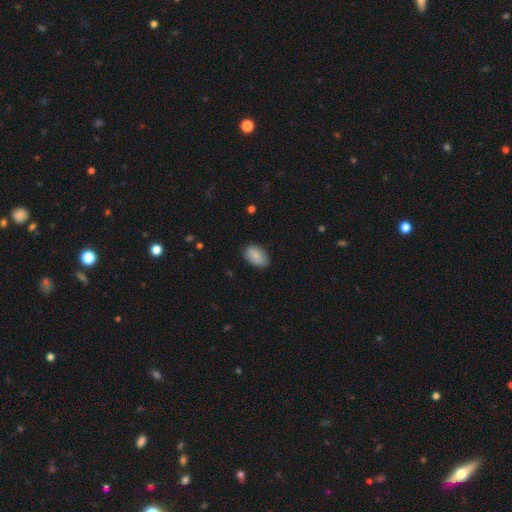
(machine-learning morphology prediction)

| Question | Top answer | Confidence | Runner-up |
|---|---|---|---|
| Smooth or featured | smooth | 85% | featured or disk (9%) |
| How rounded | in between | 92% | round (7%) |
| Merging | none | 83% | minor disturbance (14%) |